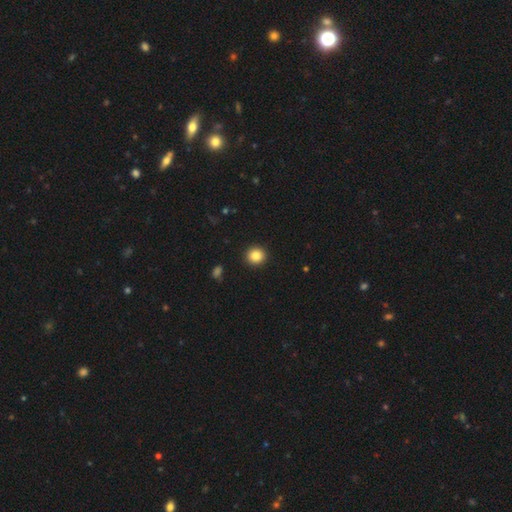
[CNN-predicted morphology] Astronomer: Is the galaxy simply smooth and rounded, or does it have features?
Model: smooth — 85%.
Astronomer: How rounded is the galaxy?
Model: round — 92%.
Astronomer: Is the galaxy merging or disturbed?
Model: none — 93%.